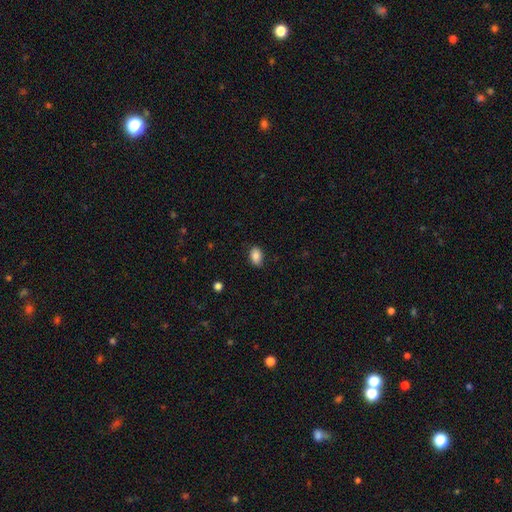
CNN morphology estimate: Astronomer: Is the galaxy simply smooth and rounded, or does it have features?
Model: smooth — 86%.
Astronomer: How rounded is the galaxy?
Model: in between — 87%.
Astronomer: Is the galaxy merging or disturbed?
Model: none — 83%.